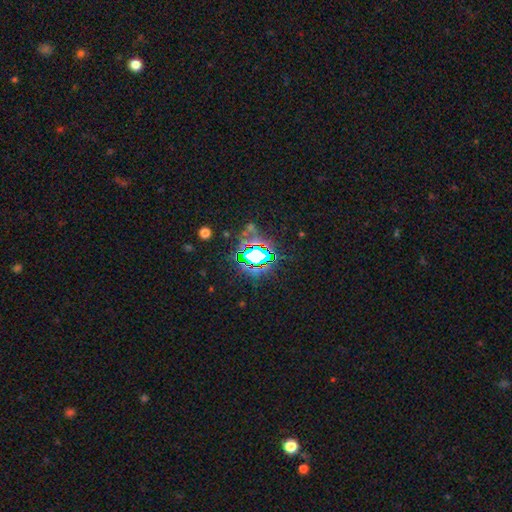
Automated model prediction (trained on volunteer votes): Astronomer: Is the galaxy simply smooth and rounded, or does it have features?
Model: star or artifact — 78%.